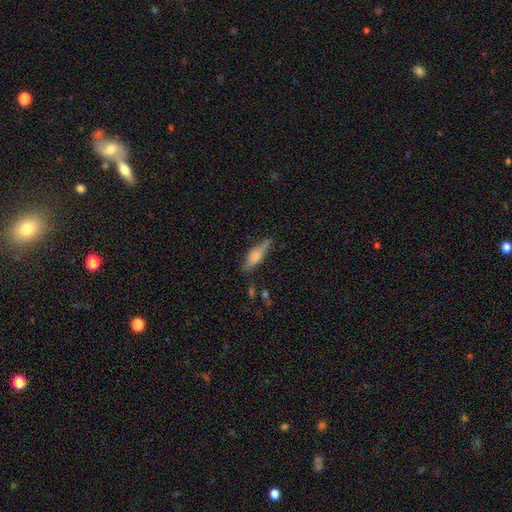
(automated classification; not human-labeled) This is likely a smooth galaxy (64%). How rounded: likely cigar-shaped (60%). Merging: likely none (72%).